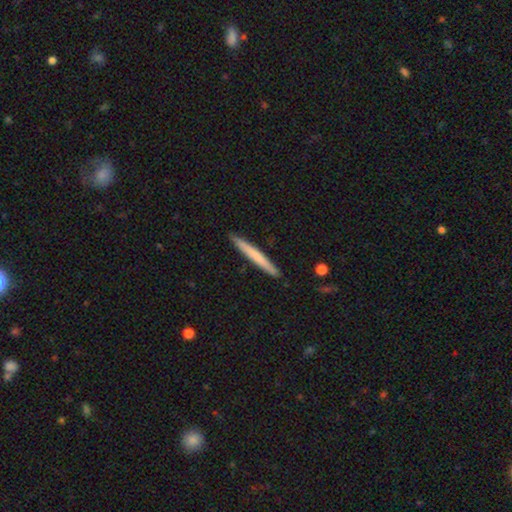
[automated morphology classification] A smooth galaxy with no disk features (66%) that is cigar-shaped (97%).

Vote fractions:
- Smooth or featured? smooth: 66% / featured or disk: 29% / star or artifact: 5%
- How rounded? cigar-shaped: 97% / in between: 2% / round: 1%
- Merging? none: 91% / minor disturbance: 6% / major disturbance: 1% / merger: 1%